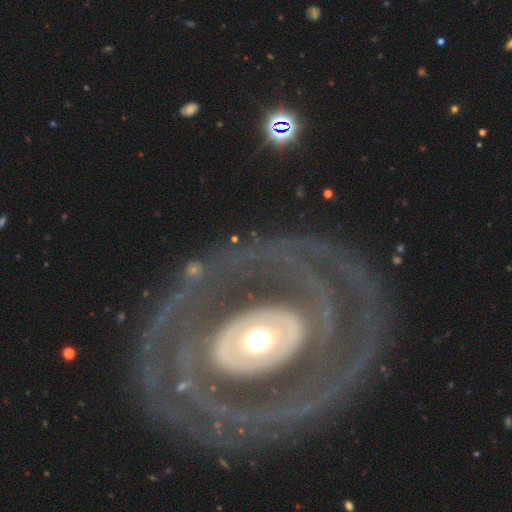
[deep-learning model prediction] A featured or disk galaxy (85%) with no bar (69%), 2 (36%) tight (69%) spiral arms (78%) and a moderate central bulge (62%).

Vote fractions:
- Smooth or featured? featured or disk: 85% / smooth: 10% / star or artifact: 5%
- Edge-on disk? no: 96% / yes: 4%
- Bar? no: 69% / weak: 18% / strong: 14%
- Spiral arms? yes: 78% / no: 22%
- Spiral winding? tight: 69% / medium: 22% / loose: 10%
- Spiral arm count? 2: 36% / can't tell: 27% / 3: 12% / 1: 9% / 4: 8% / more than 4: 8%
- Bulge size? moderate: 62% / large: 20% / small: 14% / dominant: 3% / none: 1%
- Merging? none: 77% / minor disturbance: 12% / major disturbance: 9% / merger: 2%